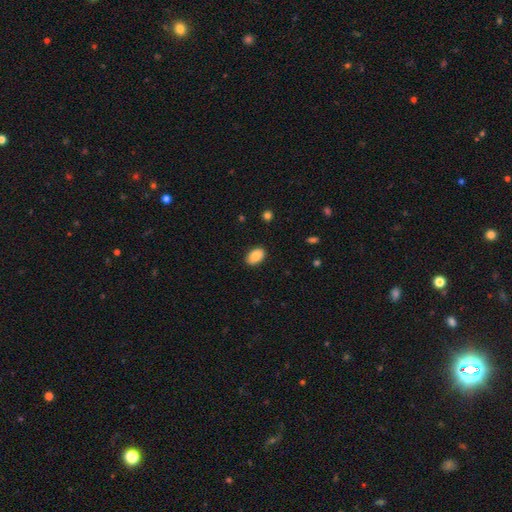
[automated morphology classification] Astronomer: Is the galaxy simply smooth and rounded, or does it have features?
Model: smooth — 86%.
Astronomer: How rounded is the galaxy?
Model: in between — 90%.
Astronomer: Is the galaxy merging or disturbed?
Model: none — 86%.